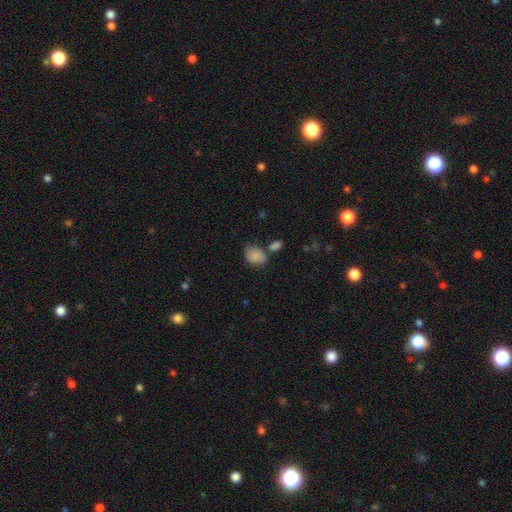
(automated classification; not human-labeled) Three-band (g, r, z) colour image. It shows a smooth galaxy with no disk features (81%) that is in between round and cigar-shaped (64%). Merging: none (46%).